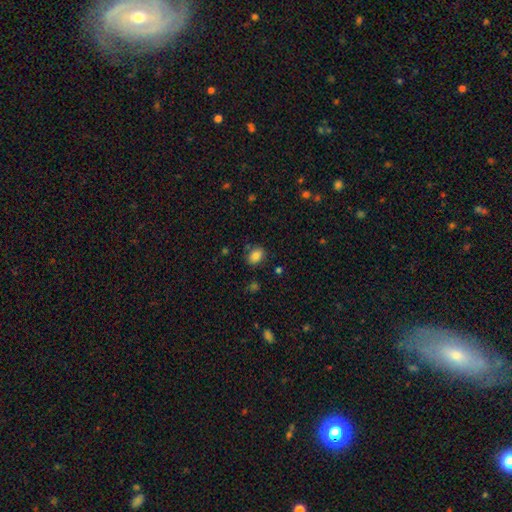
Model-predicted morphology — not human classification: Q: Smooth or featured?
A: smooth (83%); runner-up: star or artifact (10%)
Q: How rounded?
A: in between (64%); runner-up: round (34%)
Q: Merging?
A: none (80%); runner-up: minor disturbance (13%)